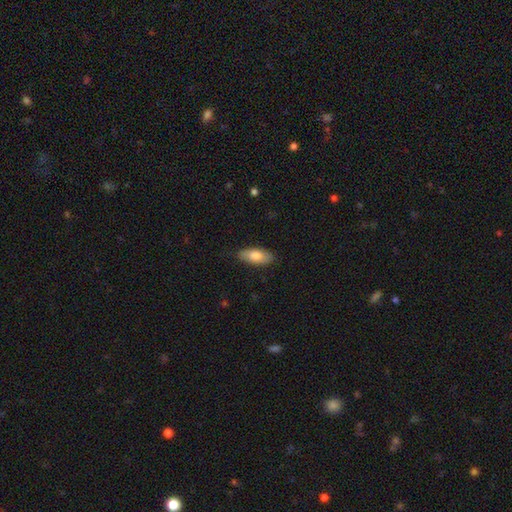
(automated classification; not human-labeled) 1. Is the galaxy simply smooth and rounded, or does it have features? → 80% smooth, 15% featured or disk, 6% star or artifact.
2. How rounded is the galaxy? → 85% in between, 13% cigar-shaped, 2% round.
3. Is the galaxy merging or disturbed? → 85% none, 12% minor disturbance, 2% major disturbance, 1% merger.